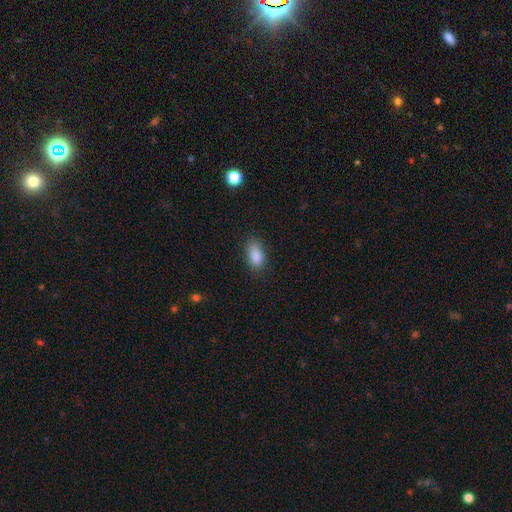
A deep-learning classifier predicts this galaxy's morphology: Overall: smooth (87%). How rounded: in between (89%). Merging: none (79%).